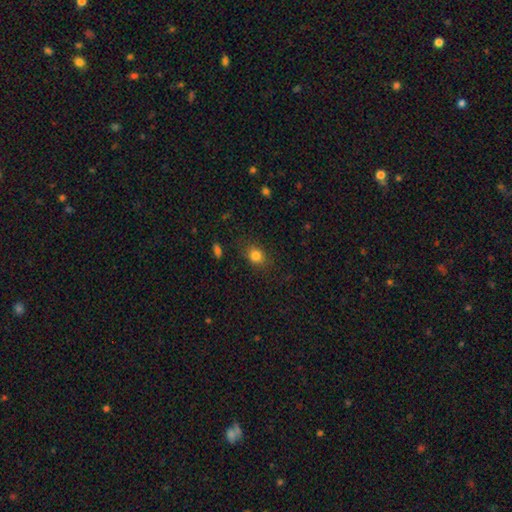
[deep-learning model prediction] Smooth or featured? Predicted: smooth (p=0.82). How rounded? Predicted: round (p=0.51). Merging? Predicted: none (p=0.80).